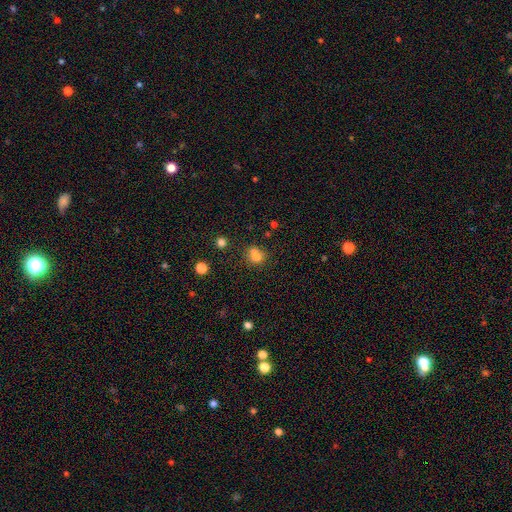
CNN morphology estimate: Smooth or featured: smooth — 73% (star or artifact — 15%)
How rounded: round — 74% (in between — 25%)
Merging: merger — 44% (none — 41%)